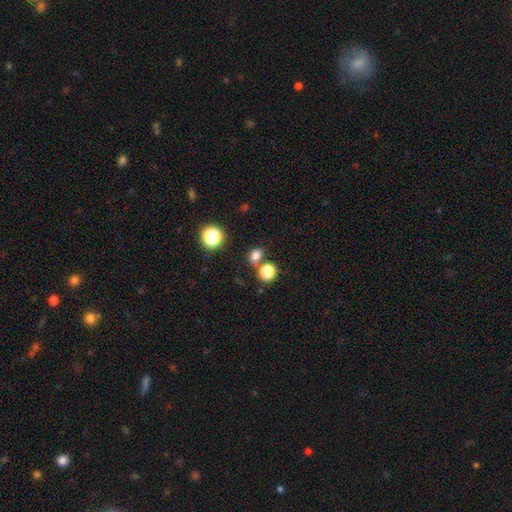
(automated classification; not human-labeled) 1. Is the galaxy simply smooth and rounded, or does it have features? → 77% smooth, 18% star or artifact, 6% featured or disk.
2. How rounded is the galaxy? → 61% round, 38% in between, 1% cigar-shaped.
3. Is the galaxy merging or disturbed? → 63% none, 23% merger, 10% minor disturbance, 4% major disturbance.